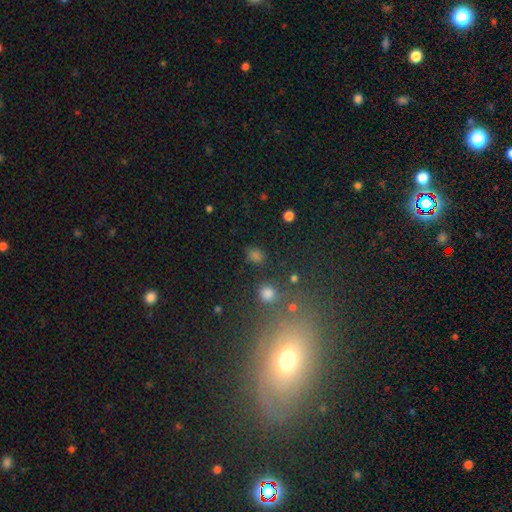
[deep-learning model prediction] Overall: smooth (69%). How rounded: round (69%). Merging: none (81%).